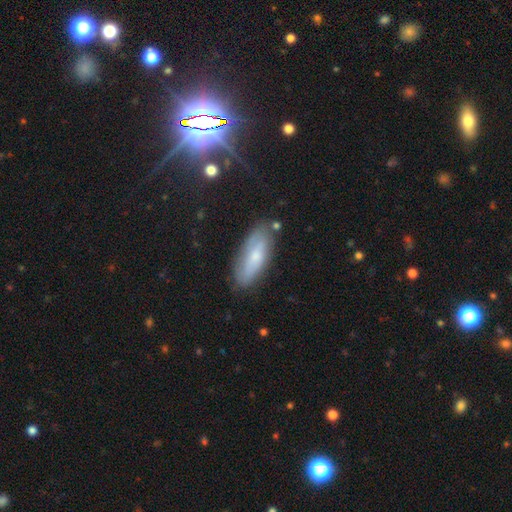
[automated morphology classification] This appears to be a smooth galaxy with no disk features (56%) that is in between round and cigar-shaped (67%). Merging: none (77%).